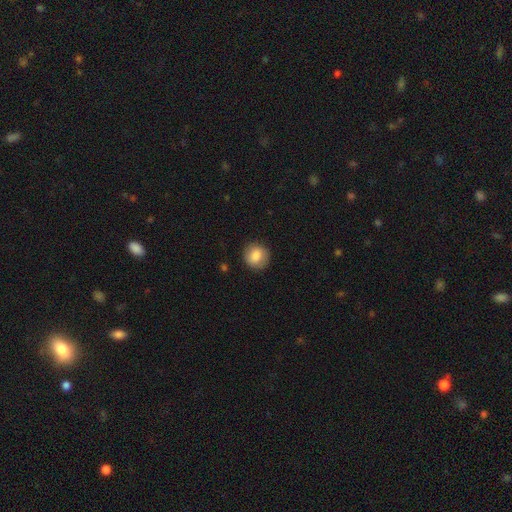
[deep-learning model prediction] smooth 83%, featured or disk 9%, star or artifact 8%. Down the decision tree: how rounded — round (87%); merging — none (86%).